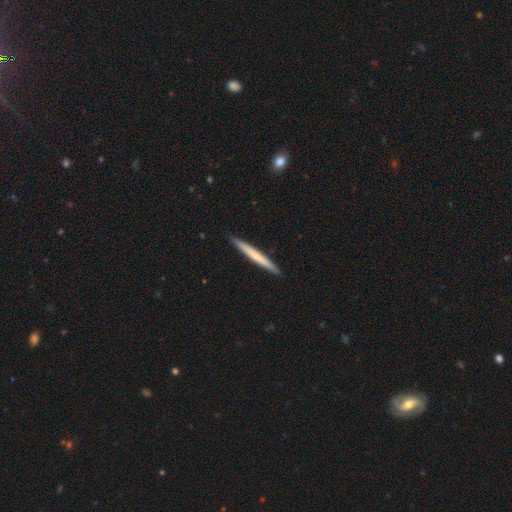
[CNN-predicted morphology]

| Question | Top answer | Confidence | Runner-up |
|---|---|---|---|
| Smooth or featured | smooth | 54% | featured or disk (41%) |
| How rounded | cigar-shaped | 97% | in between (2%) |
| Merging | none | 92% | minor disturbance (6%) |